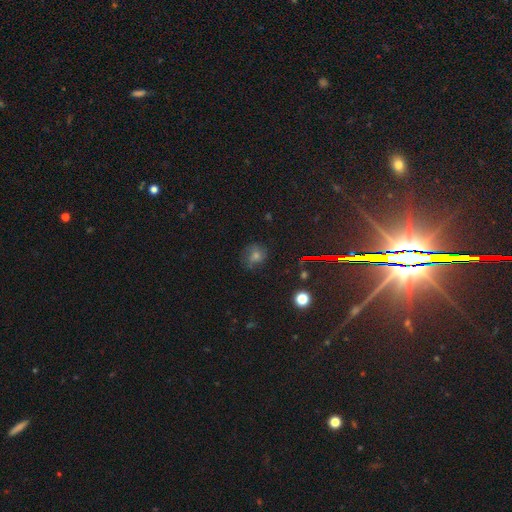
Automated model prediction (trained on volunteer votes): Smooth or featured?
  - smooth: 50% *
  - star or artifact: 32%
  - featured or disk: 18%
How rounded?
  - round: 75% *
  - in between: 23%
  - cigar-shaped: 1%
Merging?
  - none: 70% *
  - minor disturbance: 21%
  - major disturbance: 8%
  - merger: 2%